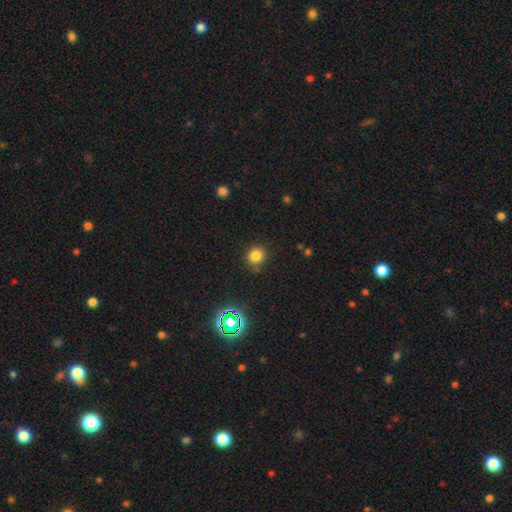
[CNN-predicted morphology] Smooth or featured?
  - smooth: 78% *
  - star or artifact: 17%
  - featured or disk: 5%
How rounded?
  - round: 89% *
  - in between: 10%
  - cigar-shaped: 1%
Merging?
  - none: 84% *
  - minor disturbance: 10%
  - major disturbance: 3%
  - merger: 3%